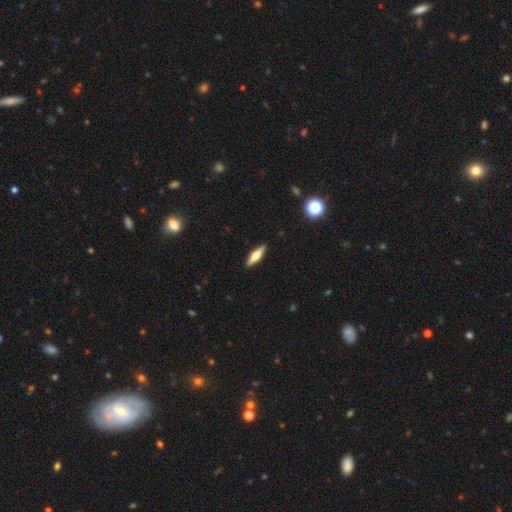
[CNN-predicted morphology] Smooth or featured?
  - featured or disk: 48% *
  - smooth: 46%
  - star or artifact: 6%
Merging?
  - none: 91% *
  - minor disturbance: 7%
  - major disturbance: 1%
  - merger: 1%